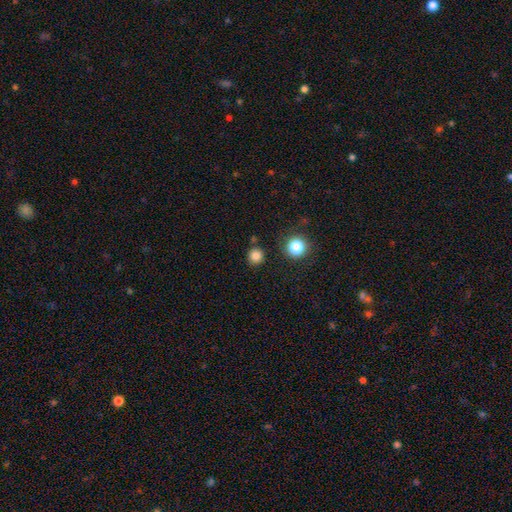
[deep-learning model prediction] Q: Smooth or featured?
A: smooth (82%); runner-up: star or artifact (14%)
Q: How rounded?
A: round (93%); runner-up: in between (6%)
Q: Merging?
A: none (87%); runner-up: minor disturbance (7%)